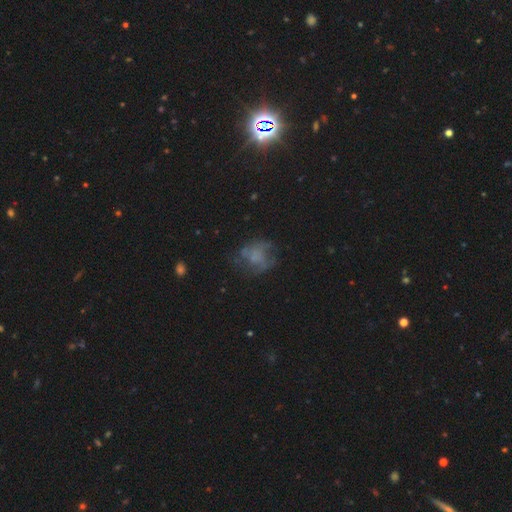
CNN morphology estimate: Smooth or featured: featured or disk — 48% (smooth — 35%)
Merging: none — 50% (major disturbance — 25%)